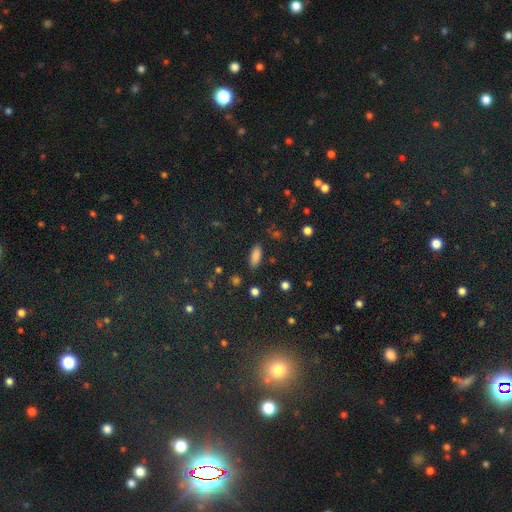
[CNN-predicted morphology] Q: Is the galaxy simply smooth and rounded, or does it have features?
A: smooth — 80%.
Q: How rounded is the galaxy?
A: in between — 77%.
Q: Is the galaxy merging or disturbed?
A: none — 85%.